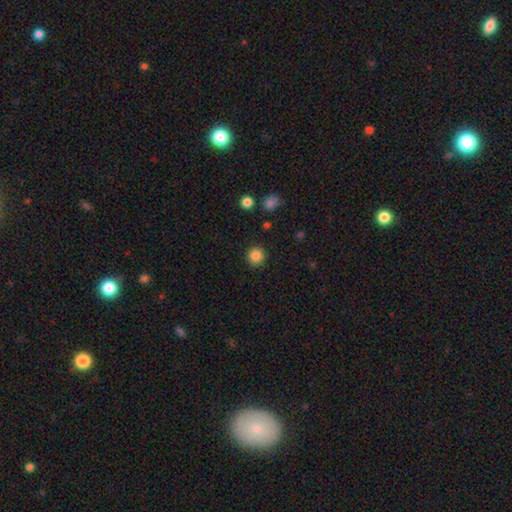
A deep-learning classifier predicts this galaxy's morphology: type=smooth (86%); roundness=round (93%); merging=none (91%).